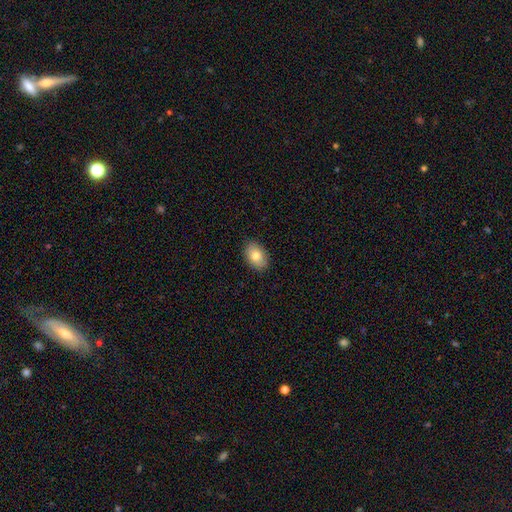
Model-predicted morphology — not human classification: Smooth or featured?
  - smooth: 81% *
  - featured or disk: 12%
  - star or artifact: 7%
How rounded?
  - in between: 86% *
  - round: 13%
  - cigar-shaped: 1%
Merging?
  - none: 89% *
  - minor disturbance: 8%
  - major disturbance: 2%
  - merger: 1%